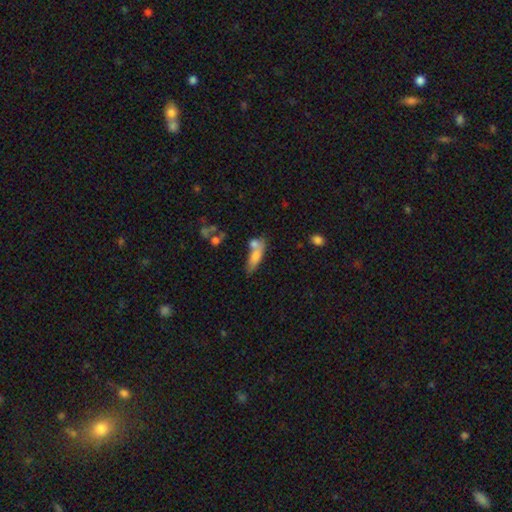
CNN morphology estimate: smooth 69%, featured or disk 23%, star or artifact 8%. Down the decision tree: how rounded — in between (50%); merging — merger (39%).